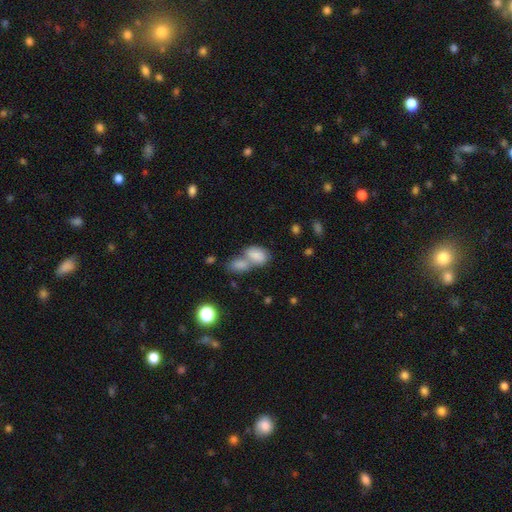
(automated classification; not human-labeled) Smooth or featured: smooth — 82% (featured or disk — 10%)
How rounded: in between — 85% (round — 13%)
Merging: merger — 65% (none — 23%)